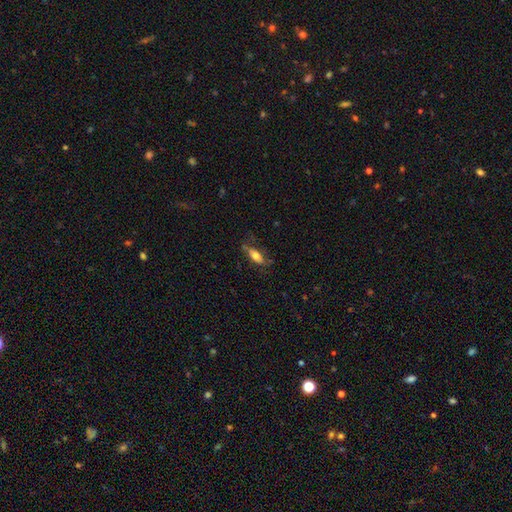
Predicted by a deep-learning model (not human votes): Smooth or featured? Predicted: smooth (p=0.65). How rounded? Predicted: in between (p=0.66). Merging? Predicted: none (p=0.61).